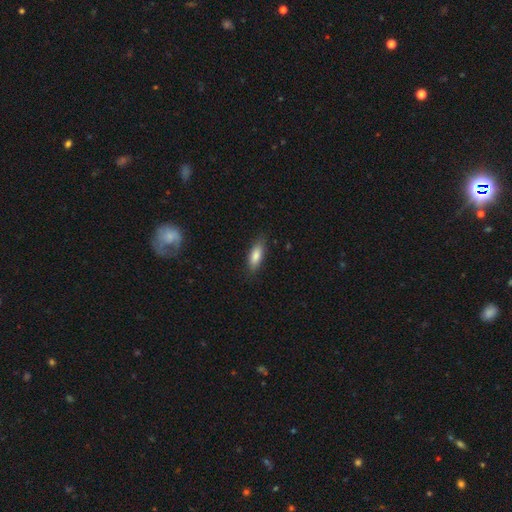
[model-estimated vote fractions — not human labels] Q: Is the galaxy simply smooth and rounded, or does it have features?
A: smooth — 82%.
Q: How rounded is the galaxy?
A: in between — 65%.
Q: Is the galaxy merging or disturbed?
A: none — 82%.